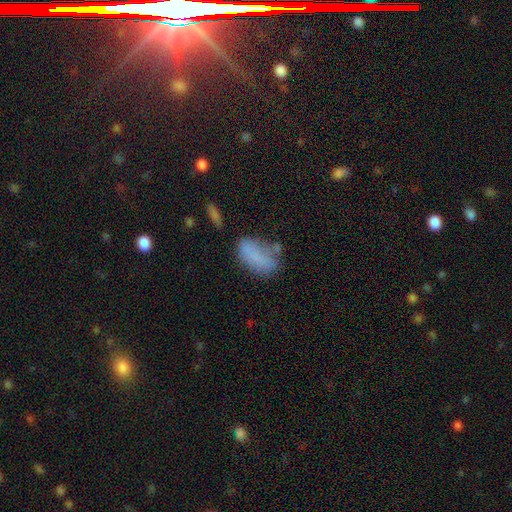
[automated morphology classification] Smooth or featured?
  - smooth: 75% *
  - featured or disk: 14%
  - star or artifact: 10%
How rounded?
  - in between: 89% *
  - cigar-shaped: 7%
  - round: 5%
Merging?
  - none: 48% *
  - minor disturbance: 28%
  - major disturbance: 15%
  - merger: 10%